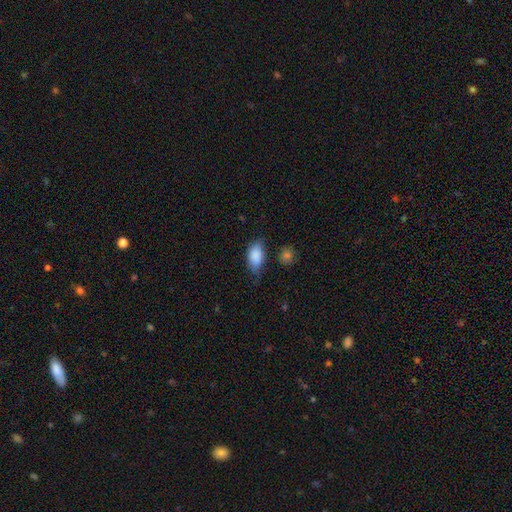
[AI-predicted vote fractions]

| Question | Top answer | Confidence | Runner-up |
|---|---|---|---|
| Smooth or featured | smooth | 86% | star or artifact (7%) |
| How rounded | in between | 91% | round (5%) |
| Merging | none | 53% | minor disturbance (35%) |